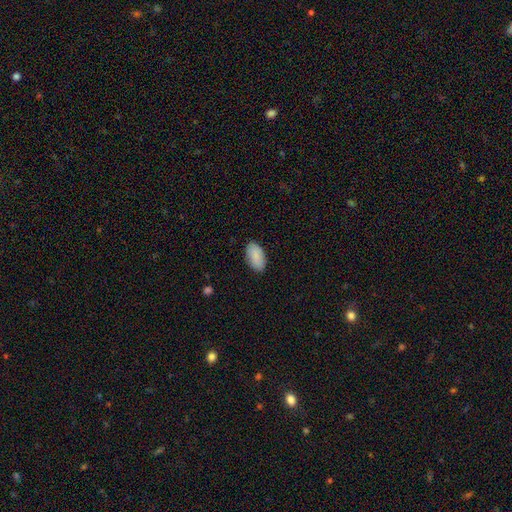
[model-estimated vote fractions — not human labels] Smooth or featured? smooth (89%)
How rounded? in between (95%)
Merging? none (86%)